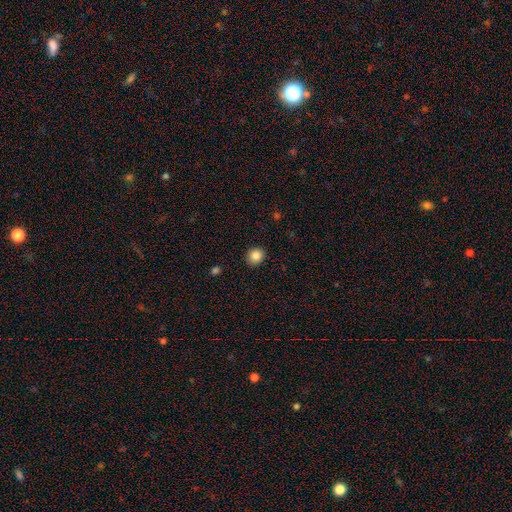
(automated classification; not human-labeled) smooth 85%, star or artifact 10%, featured or disk 5%. Down the decision tree: how rounded — round (84%); merging — none (91%).